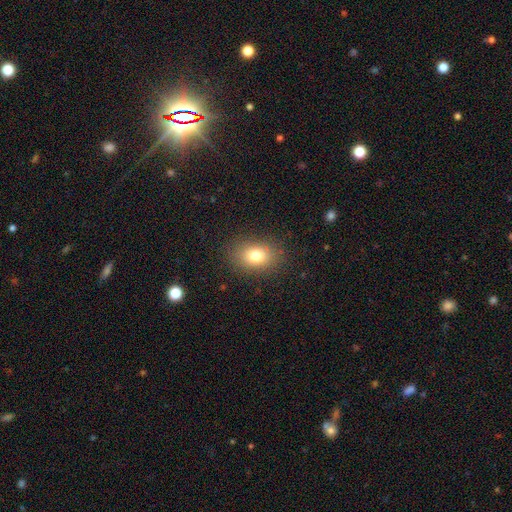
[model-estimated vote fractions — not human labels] Smooth or featured?
  - smooth: 78% *
  - star or artifact: 12%
  - featured or disk: 10%
How rounded?
  - in between: 70% *
  - round: 29%
  - cigar-shaped: 1%
Merging?
  - none: 85% *
  - minor disturbance: 10%
  - major disturbance: 4%
  - merger: 1%